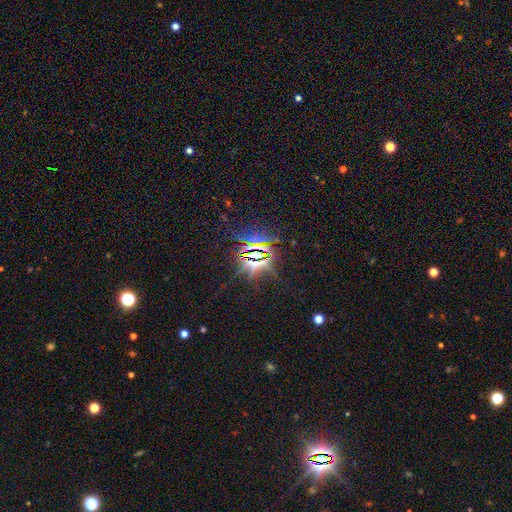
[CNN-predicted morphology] A star or artifact, not a galaxy (83%).

Vote fractions:
- Smooth or featured? star or artifact: 83% / featured or disk: 9% / smooth: 8%